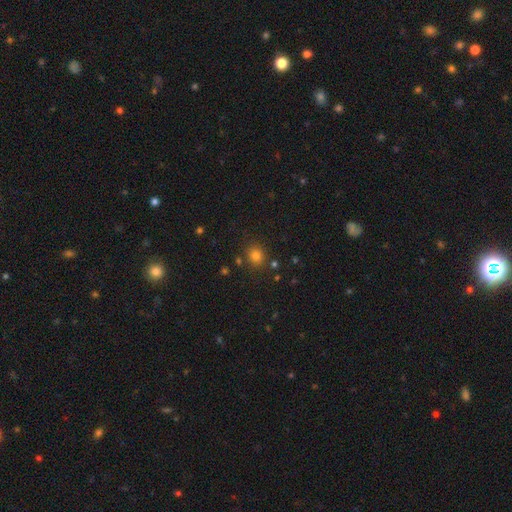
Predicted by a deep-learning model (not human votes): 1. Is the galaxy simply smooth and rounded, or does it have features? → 78% smooth, 16% star or artifact, 6% featured or disk.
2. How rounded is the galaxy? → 83% round, 16% in between, 1% cigar-shaped.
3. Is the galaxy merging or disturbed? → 83% none, 9% minor disturbance, 5% merger, 3% major disturbance.